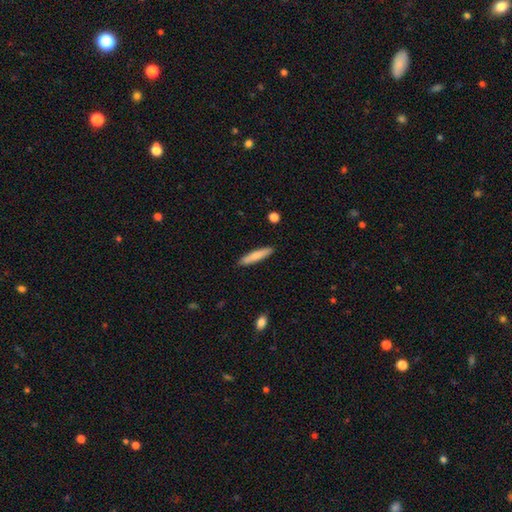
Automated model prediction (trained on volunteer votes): Overall: smooth (76%). How rounded: cigar-shaped (87%). Merging: none (89%).